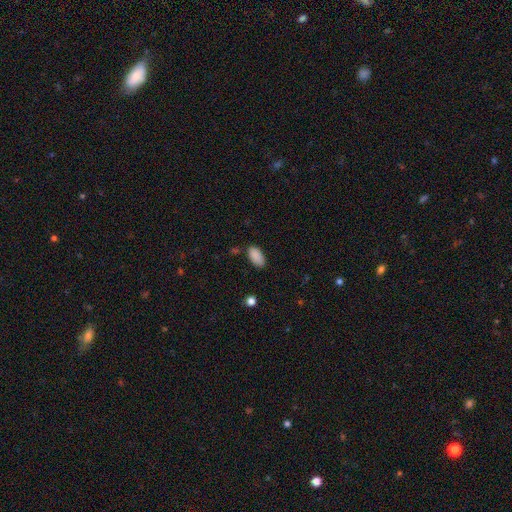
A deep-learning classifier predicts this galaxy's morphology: Smooth or featured: smooth — 88% (star or artifact — 8%)
How rounded: in between — 94% (cigar-shaped — 3%)
Merging: none — 80% (minor disturbance — 14%)